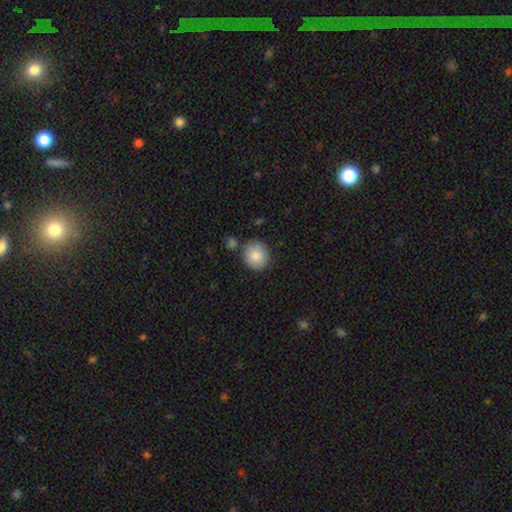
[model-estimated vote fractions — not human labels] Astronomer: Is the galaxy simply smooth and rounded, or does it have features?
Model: smooth — 86%.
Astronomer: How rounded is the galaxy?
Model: round — 86%.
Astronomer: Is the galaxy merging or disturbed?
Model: none — 80%.